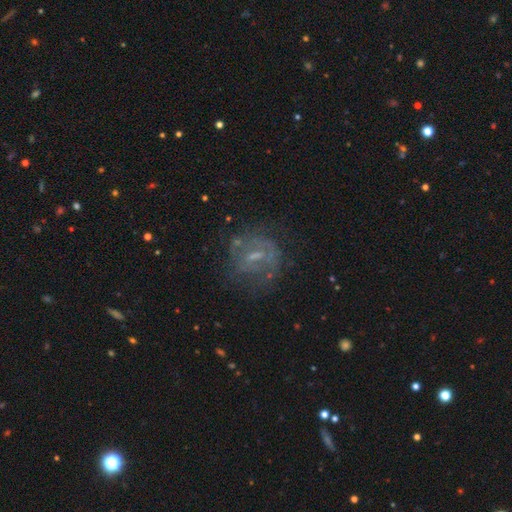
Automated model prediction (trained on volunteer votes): The model was most divided on "bar": weak: 51%, no: 29%, strong: 20%. Remaining: edge-on disk — no (96%); smooth or featured — featured or disk (66%); spiral arms — yes (65%); merging — none (63%); bulge size — small (49%).